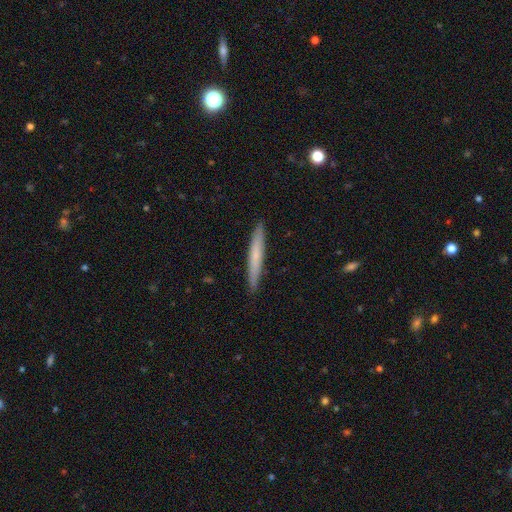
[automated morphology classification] smooth_or_featured: smooth (p=0.59) [alt: featured or disk p=0.35]
how_rounded: cigar-shaped (p=0.96) [alt: in between p=0.03]
merging: none (p=0.91) [alt: minor disturbance p=0.07]